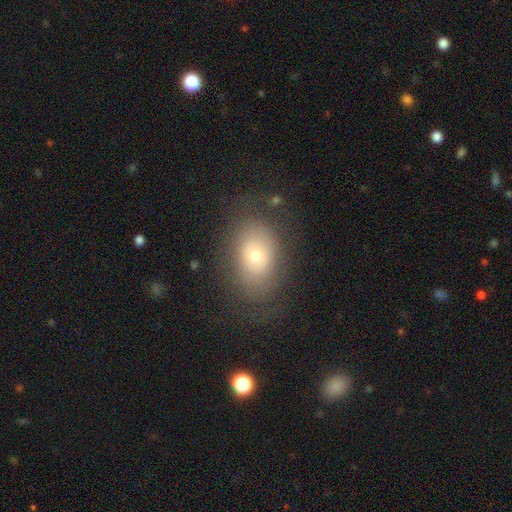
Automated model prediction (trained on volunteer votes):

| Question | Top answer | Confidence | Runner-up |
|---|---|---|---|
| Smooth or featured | smooth | 61% | featured or disk (27%) |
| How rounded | in between | 77% | round (22%) |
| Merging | none | 72% | minor disturbance (17%) |